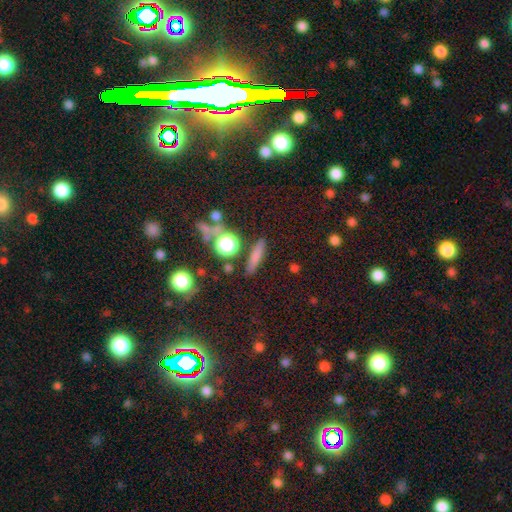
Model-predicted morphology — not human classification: A smooth galaxy with no disk features (69%) that is cigar-shaped (76%). Merging: none (84%).